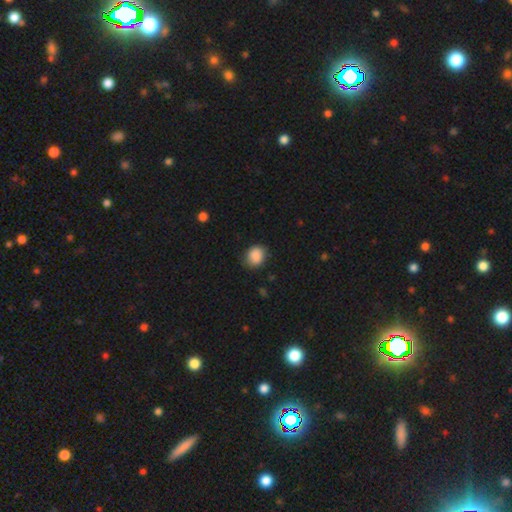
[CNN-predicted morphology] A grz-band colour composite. It shows a smooth galaxy with no disk features (88%) that is round (62%). Merging: none (79%).